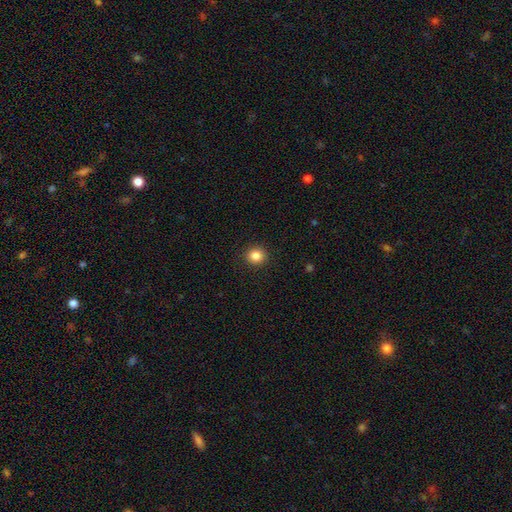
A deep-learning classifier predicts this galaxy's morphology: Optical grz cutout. It shows a smooth galaxy with no disk features (85%) that is round (85%). Merging: none (91%).